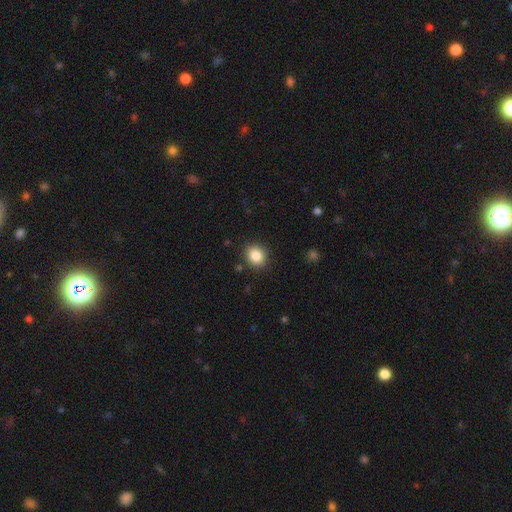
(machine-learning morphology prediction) This appears to be a smooth galaxy with no disk features (85%) that is round (71%). Merging: none (88%).